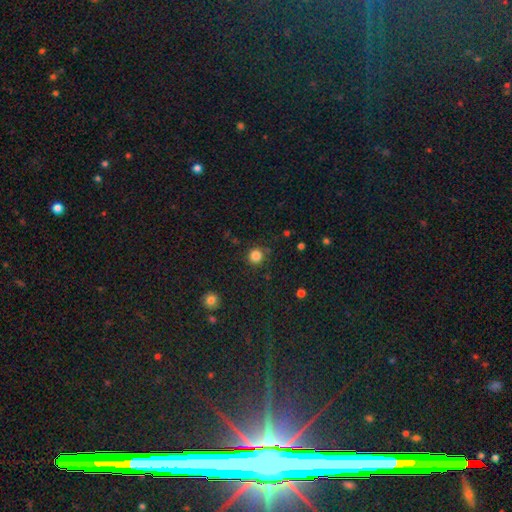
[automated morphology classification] Overall: smooth (83%). How rounded: round (93%). Merging: none (84%).